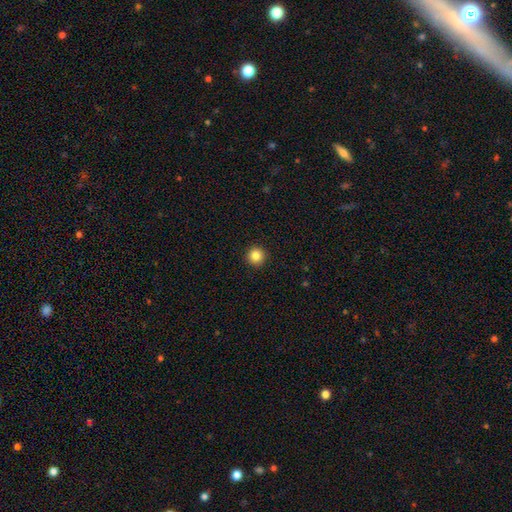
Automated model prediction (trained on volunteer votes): Overall: smooth (85%). How rounded: round (96%). Merging: none (93%).